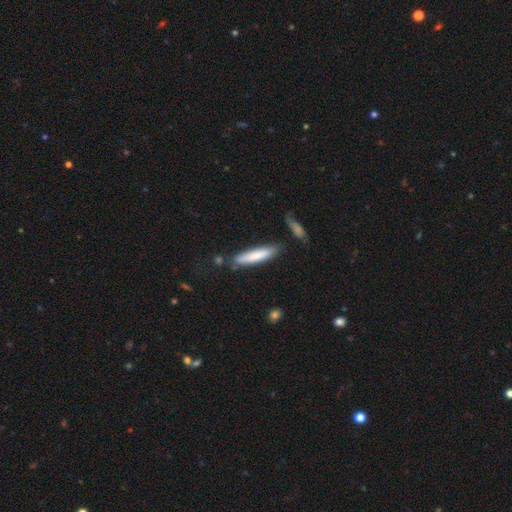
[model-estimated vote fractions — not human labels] Smooth or featured? Predicted: smooth (p=0.76). How rounded? Predicted: cigar-shaped (p=0.87). Merging? Predicted: none (p=0.78).